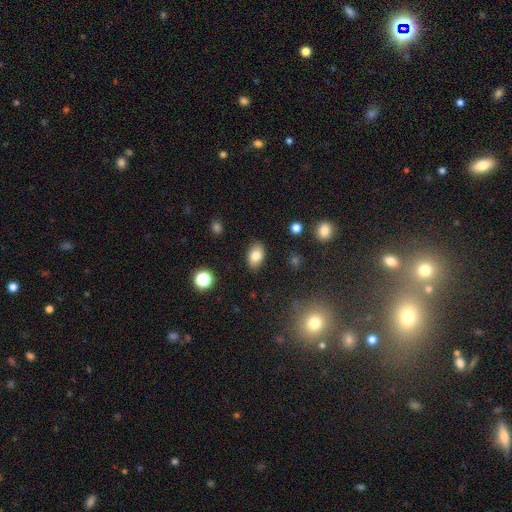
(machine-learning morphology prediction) type=smooth (80%); roundness=in between (88%); merging=none (86%).